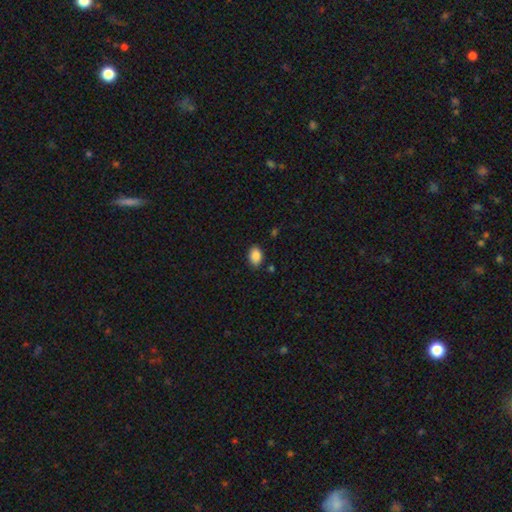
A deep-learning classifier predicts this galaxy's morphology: smooth 88%, star or artifact 8%, featured or disk 4%. Down the decision tree: how rounded — in between (82%); merging — none (85%).